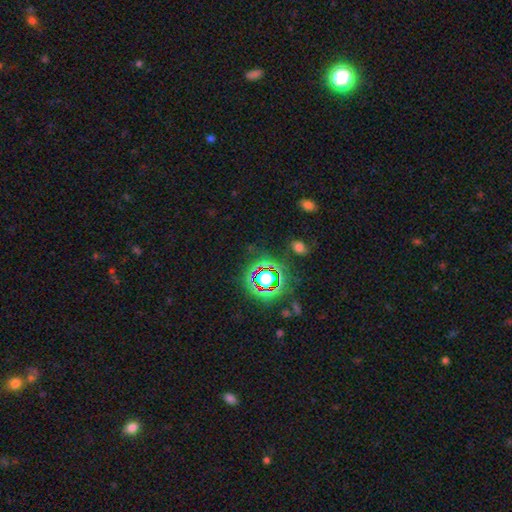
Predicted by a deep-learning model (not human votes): smooth-or-featured: star or artifact: 77% | smooth: 13% | featured or disk: 9%